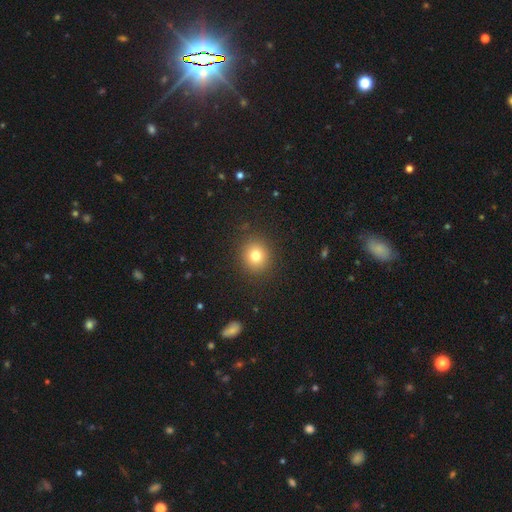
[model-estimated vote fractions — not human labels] smooth-or-featured: smooth: 79% | star or artifact: 13% | featured or disk: 8%
  how-rounded: round: 84% | in between: 15% | cigar-shaped: 1%
  merging: none: 89% | minor disturbance: 7% | major disturbance: 3% | merger: 1%